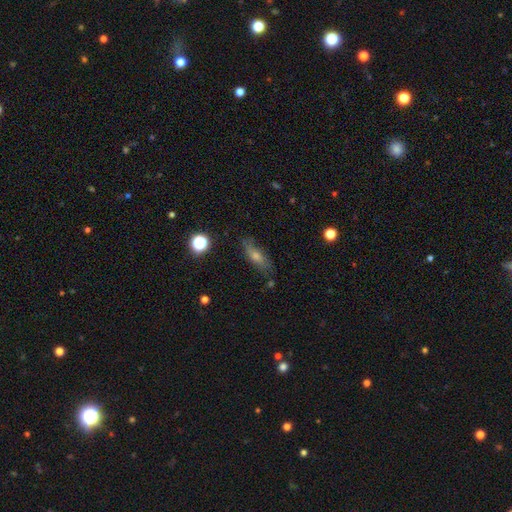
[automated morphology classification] Overall: smooth (46%; featured or disk 37%). Merging: none (76%).